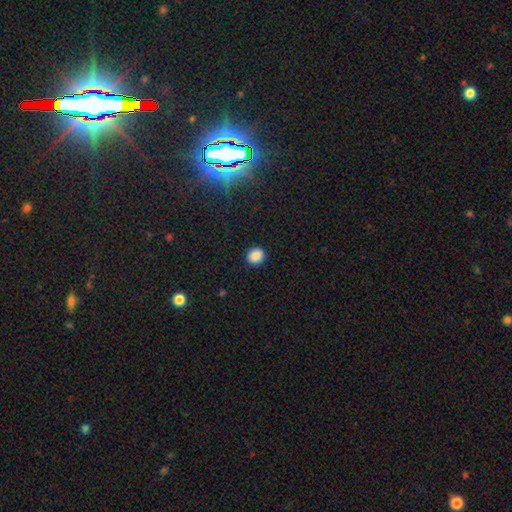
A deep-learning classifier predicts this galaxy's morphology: Smooth or featured: smooth — 88% (star or artifact — 10%)
How rounded: round — 75% (in between — 24%)
Merging: none — 91% (minor disturbance — 6%)